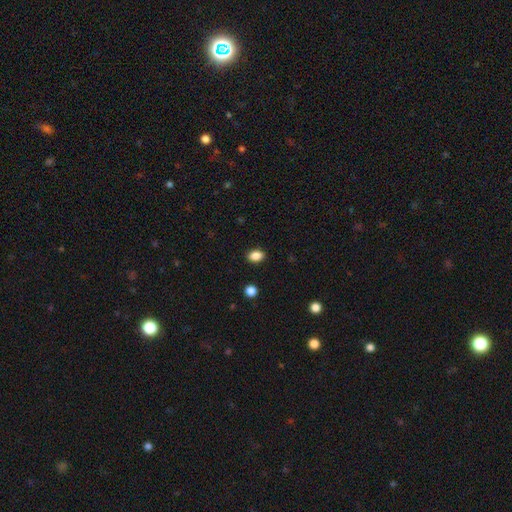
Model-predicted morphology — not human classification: Smooth or featured? smooth (87%)
How rounded? in between (77%)
Merging? none (89%)